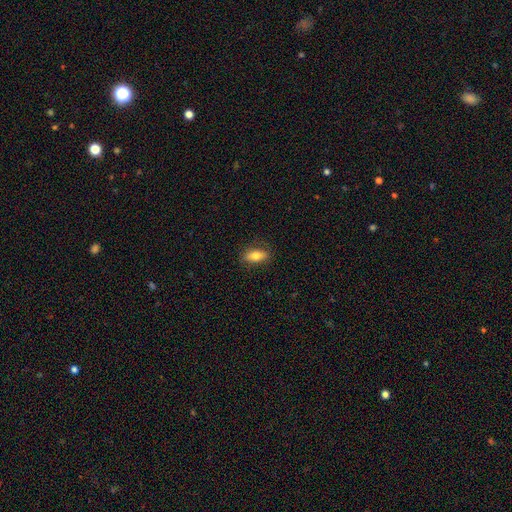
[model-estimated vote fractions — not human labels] smooth_or_featured: smooth (p=0.74) [alt: featured or disk p=0.19]
how_rounded: in between (p=0.81) [alt: cigar-shaped p=0.15]
merging: none (p=0.83) [alt: minor disturbance p=0.13]